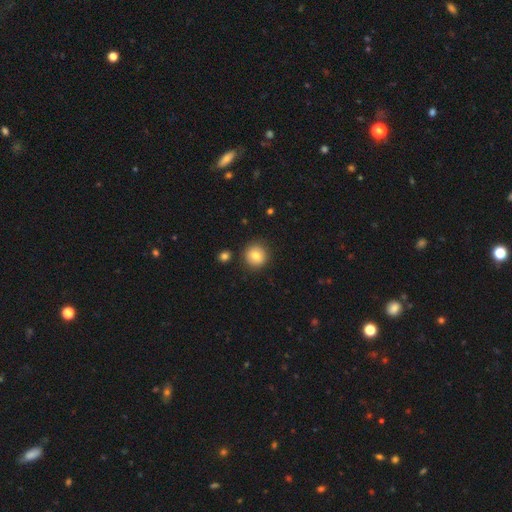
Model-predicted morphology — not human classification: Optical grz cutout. It shows a smooth galaxy with no disk features (79%) that is round (94%). Merging: none (89%).